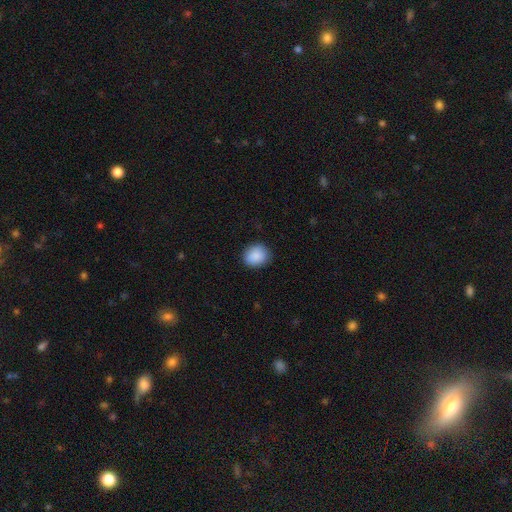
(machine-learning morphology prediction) smooth-or-featured: smooth: 89% | star or artifact: 7% | featured or disk: 3%
  how-rounded: round: 72% | in between: 27% | cigar-shaped: 1%
  merging: none: 88% | minor disturbance: 9% | major disturbance: 2% | merger: 1%